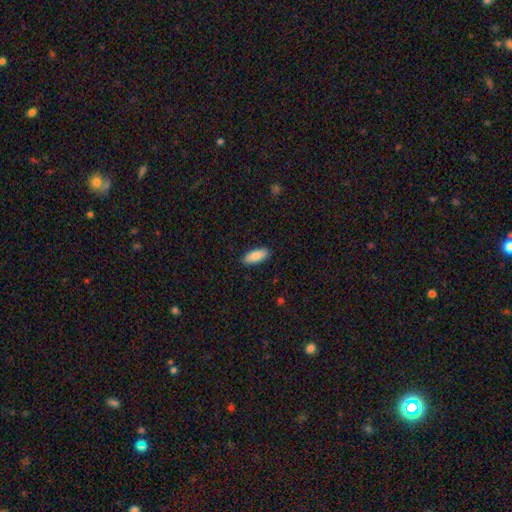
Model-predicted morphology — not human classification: A smooth galaxy with no disk features (89%) that is in between round and cigar-shaped (80%).

Vote fractions:
- Smooth or featured? smooth: 89% / star or artifact: 6% / featured or disk: 6%
- How rounded? in between: 80% / cigar-shaped: 18% / round: 2%
- Merging? none: 90% / minor disturbance: 8% / major disturbance: 2% / merger: 1%